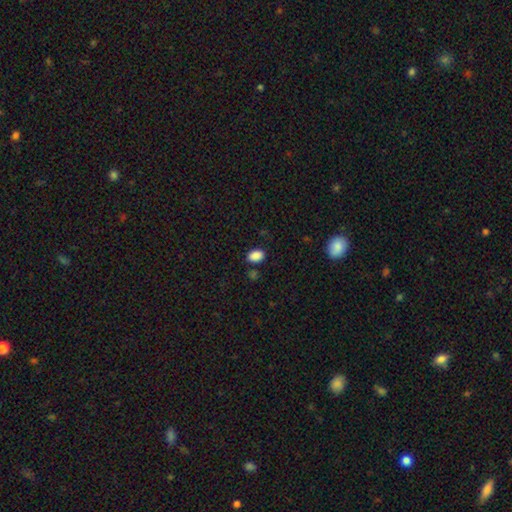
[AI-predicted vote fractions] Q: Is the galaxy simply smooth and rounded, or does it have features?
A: smooth — 88%.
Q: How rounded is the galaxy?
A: in between — 84%.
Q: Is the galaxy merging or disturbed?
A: none — 82%.